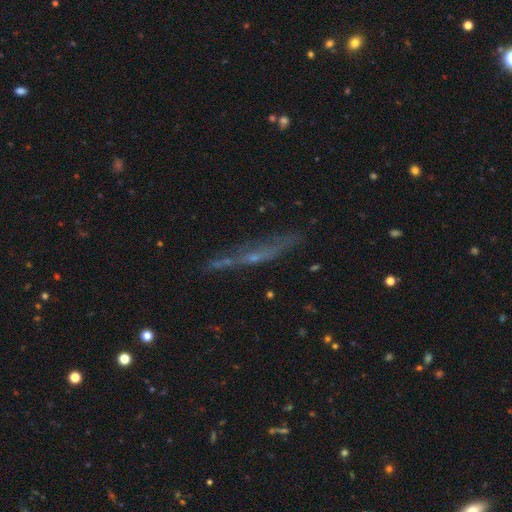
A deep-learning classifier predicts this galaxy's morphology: smooth_or_featured: featured or disk (p=0.57) [alt: smooth p=0.28]
disk_edge_on: yes (p=0.82) [alt: no p=0.18]
merging: none (p=0.71) [alt: minor disturbance p=0.18]